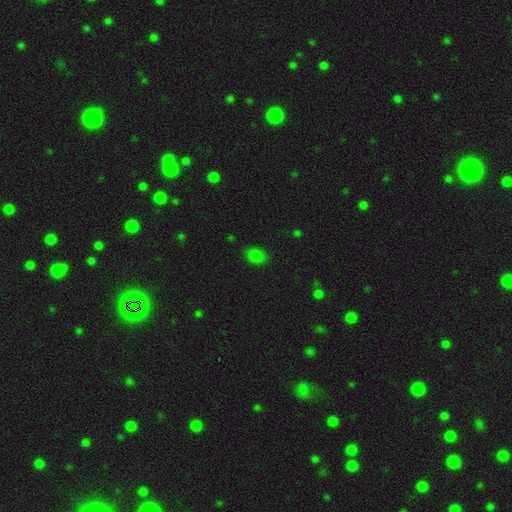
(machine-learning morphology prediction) smooth_or_featured: smooth (p=0.80) [alt: star or artifact p=0.16]
how_rounded: in between (p=0.63) [alt: round p=0.35]
merging: none (p=0.82) [alt: minor disturbance p=0.13]